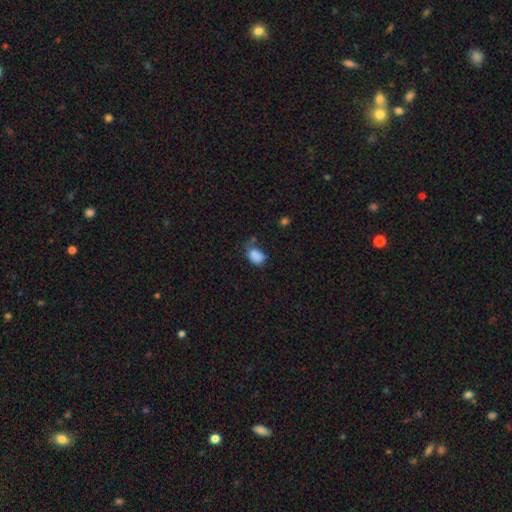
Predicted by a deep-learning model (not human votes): A smooth galaxy with no disk features (85%) that is in between round and cigar-shaped (77%). Merging: none (45%).